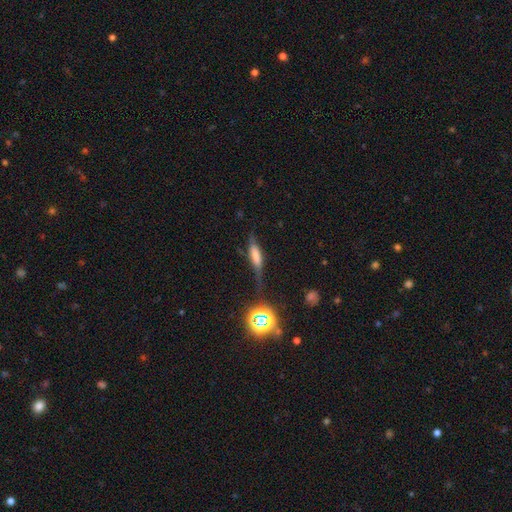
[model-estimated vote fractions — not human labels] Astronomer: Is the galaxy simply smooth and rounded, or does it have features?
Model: smooth — 49% (runner-up: featured or disk, 36%).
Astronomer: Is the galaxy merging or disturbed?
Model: none — 50% (runner-up: minor disturbance, 27%).